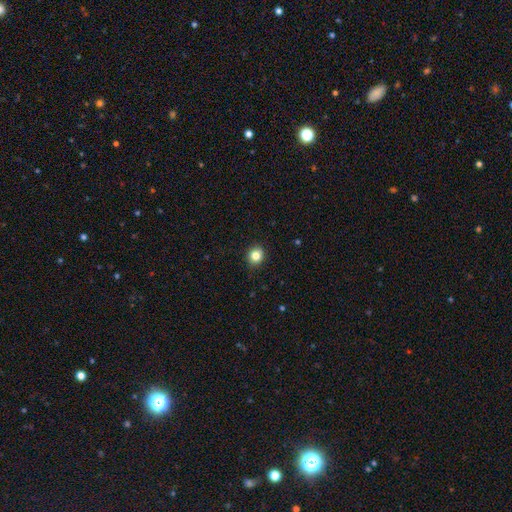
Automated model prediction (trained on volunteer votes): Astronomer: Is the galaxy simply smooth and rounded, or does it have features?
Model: smooth — 83%.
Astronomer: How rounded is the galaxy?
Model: round — 78%.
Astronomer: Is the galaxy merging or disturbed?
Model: none — 90%.